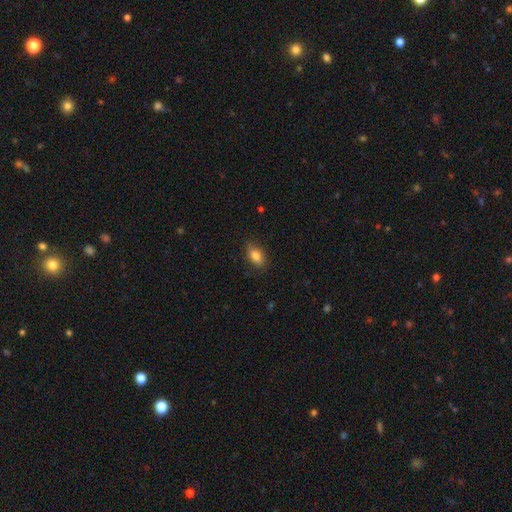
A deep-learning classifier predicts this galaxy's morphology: Overall: smooth (81%). How rounded: in between (84%). Merging: none (81%).